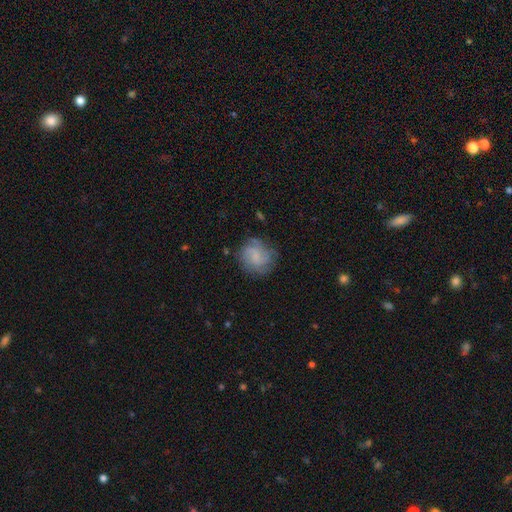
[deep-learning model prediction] smooth-or-featured: featured or disk: 55% | smooth: 36% | star or artifact: 9%
  disk-edge-on: no: 98% | yes: 2%
    bar: no: 54% | weak: 40% | strong: 7%
    has-spiral-arms: yes: 86% | no: 14%
    bulge-size: small: 41% | none: 39% | moderate: 16% | large: 3% | dominant: 1%
  merging: none: 70% | minor disturbance: 19% | major disturbance: 9% | merger: 2%